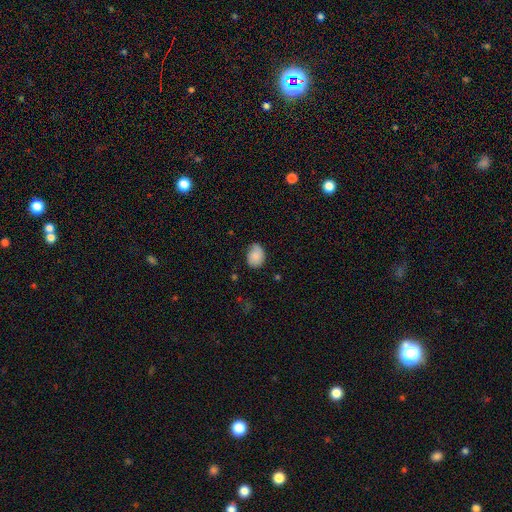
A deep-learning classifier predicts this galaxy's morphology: A smooth galaxy with no disk features (82%) that is in between round and cigar-shaped (63%).

Vote fractions:
- Smooth or featured? smooth: 82% / featured or disk: 11% / star or artifact: 8%
- How rounded? in between: 63% / round: 36% / cigar-shaped: 1%
- Merging? none: 61% / minor disturbance: 31% / major disturbance: 7% / merger: 2%